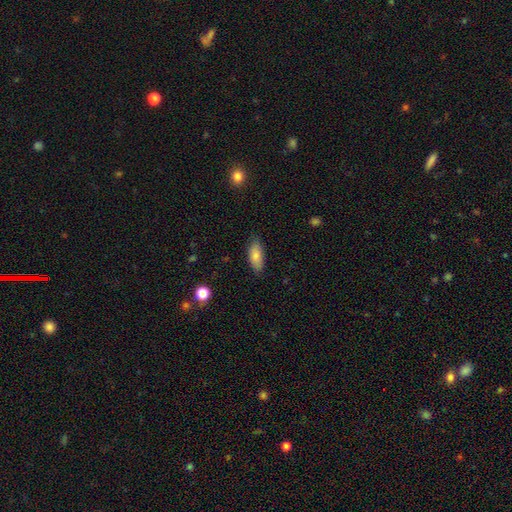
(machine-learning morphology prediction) Q: Smooth or featured?
A: smooth (81%); runner-up: featured or disk (12%)
Q: How rounded?
A: in between (83%); runner-up: cigar-shaped (15%)
Q: Merging?
A: none (81%); runner-up: minor disturbance (15%)